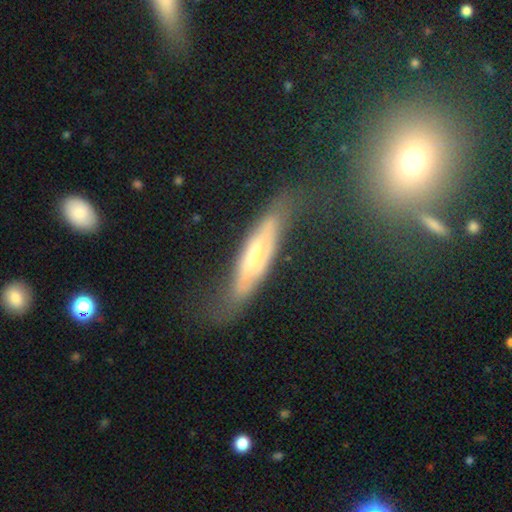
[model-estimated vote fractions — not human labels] Smooth or featured? featured or disk (53%)
Edge-on disk? yes (57%)
Merging? none (54%)